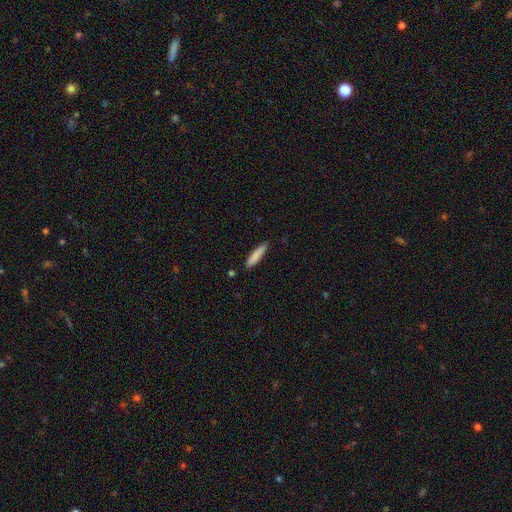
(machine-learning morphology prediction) smooth 84%, featured or disk 10%, star or artifact 6%. Down the decision tree: how rounded — cigar-shaped (85%); merging — none (83%).